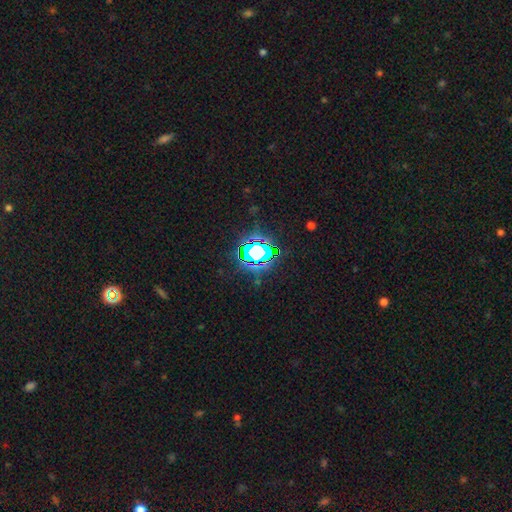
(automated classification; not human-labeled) Smooth or featured?
  - star or artifact: 76% *
  - smooth: 14%
  - featured or disk: 10%